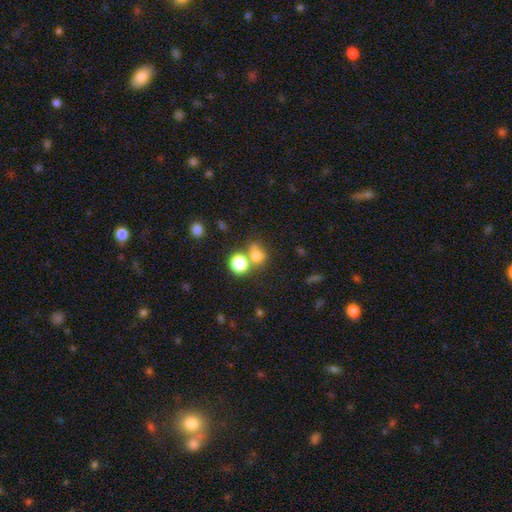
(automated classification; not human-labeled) This appears to be a smooth galaxy with no disk features (72%) that is round (78%). Merging: none (50%).